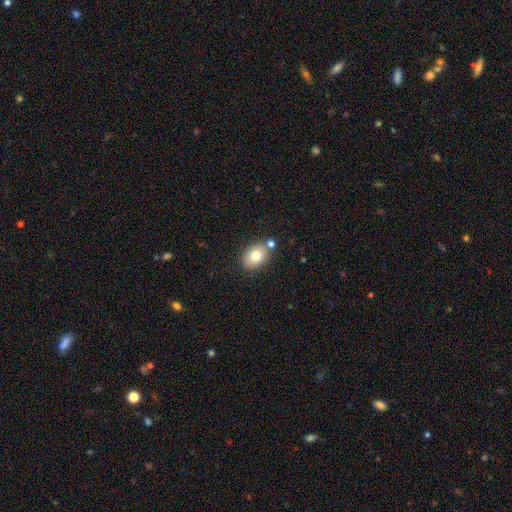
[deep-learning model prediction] This appears to be a smooth galaxy with no disk features (78%) that is in between round and cigar-shaped (73%). Merging: none (73%).